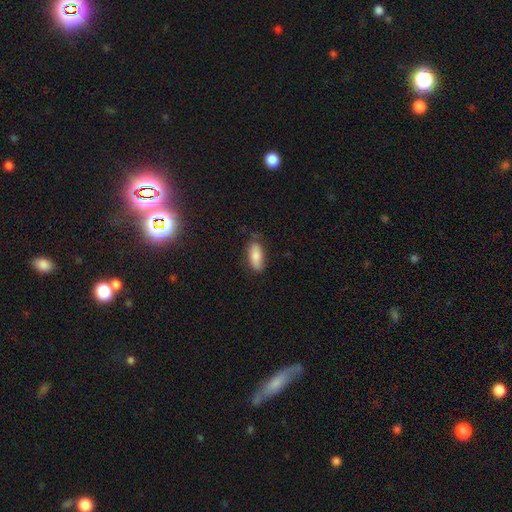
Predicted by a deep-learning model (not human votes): smooth_or_featured: smooth (p=0.80) [alt: featured or disk p=0.13]
how_rounded: in between (p=0.81) [alt: cigar-shaped p=0.17]
merging: none (p=0.74) [alt: minor disturbance p=0.20]